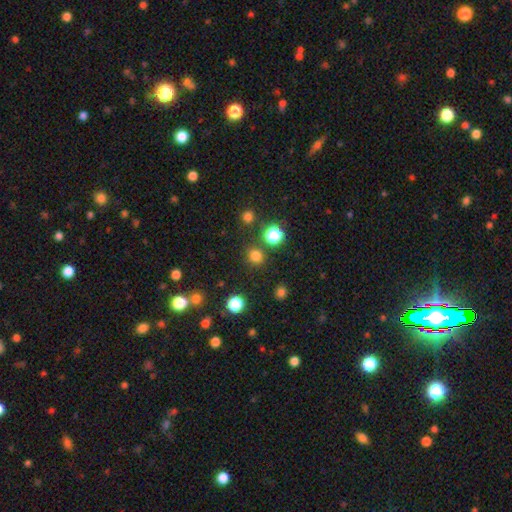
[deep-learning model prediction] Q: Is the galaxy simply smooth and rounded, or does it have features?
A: smooth — 76%.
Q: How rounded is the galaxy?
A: round — 89%.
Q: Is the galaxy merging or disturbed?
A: none — 85%.